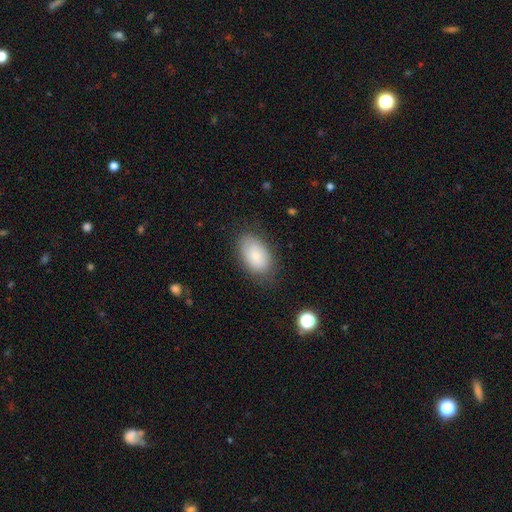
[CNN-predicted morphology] Smooth or featured? smooth (78%)
How rounded? in between (93%)
Merging? none (75%)